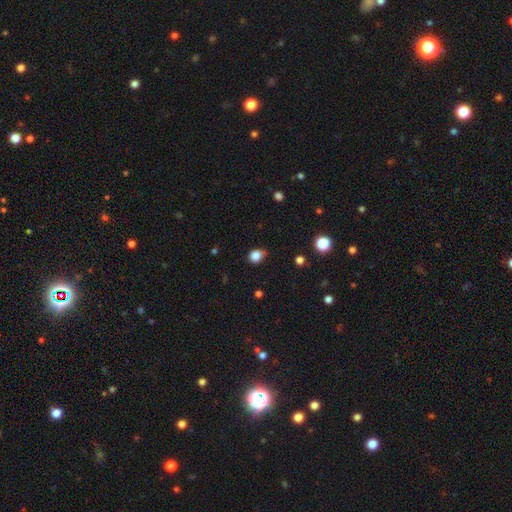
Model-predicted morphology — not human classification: Smooth or featured: smooth — 83% (star or artifact — 12%)
How rounded: round — 67% (in between — 32%)
Merging: none — 65% (minor disturbance — 27%)